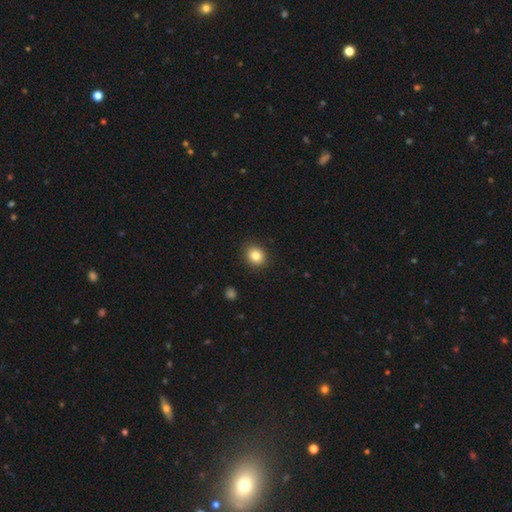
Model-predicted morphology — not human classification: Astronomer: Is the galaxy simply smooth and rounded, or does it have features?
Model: smooth — 83%.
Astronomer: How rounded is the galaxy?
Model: round — 71%.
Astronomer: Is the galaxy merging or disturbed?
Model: none — 89%.